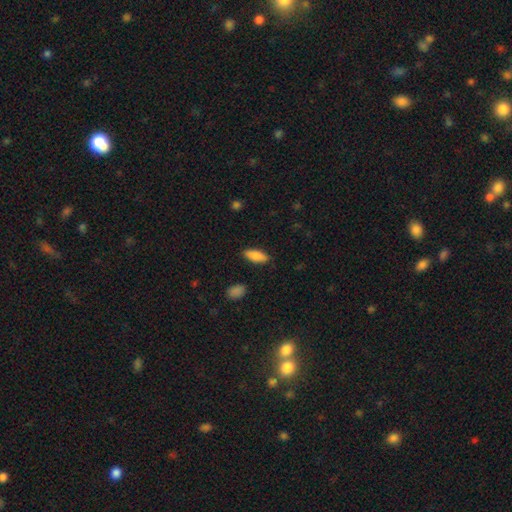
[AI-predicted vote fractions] Morphology: type=smooth (85%); roundness=in between (76%); merging=none (85%).